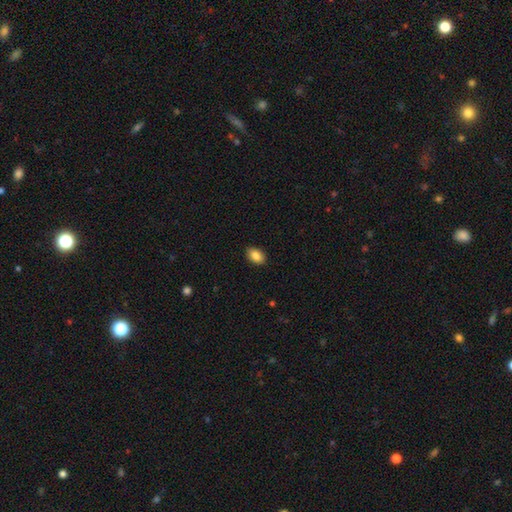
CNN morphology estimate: Smooth or featured? Predicted: smooth (p=0.88). How rounded? Predicted: in between (p=0.90). Merging? Predicted: none (p=0.90).